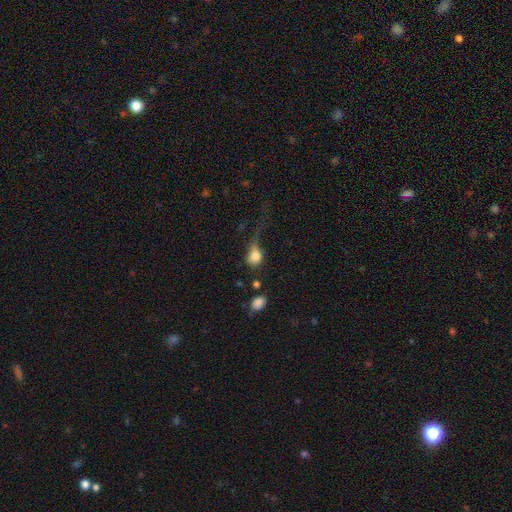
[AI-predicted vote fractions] Smooth or featured? Predicted: smooth (p=0.73). How rounded? Predicted: in between (p=0.49). Merging? Predicted: major disturbance (p=0.52).